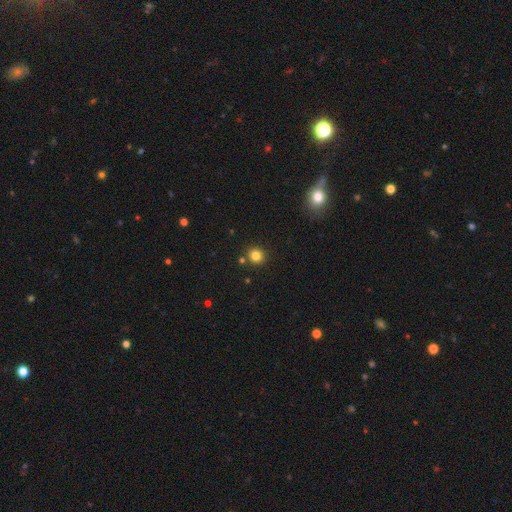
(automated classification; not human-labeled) Q: Smooth or featured?
A: smooth (82%); runner-up: star or artifact (13%)
Q: How rounded?
A: round (89%); runner-up: in between (10%)
Q: Merging?
A: none (85%); runner-up: minor disturbance (7%)